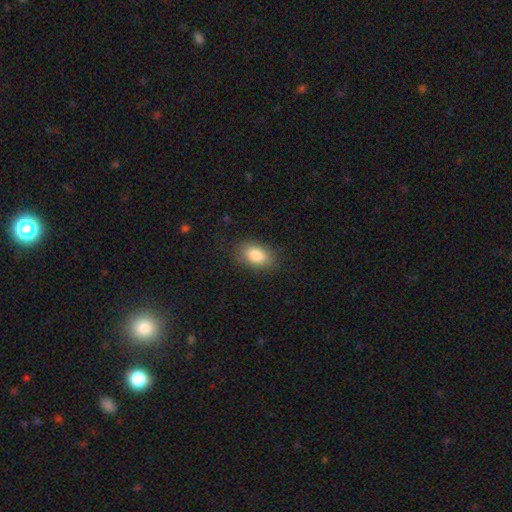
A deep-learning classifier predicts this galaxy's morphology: Smooth or featured: smooth — 84% (featured or disk — 8%)
How rounded: in between — 87% (round — 11%)
Merging: none — 81% (minor disturbance — 14%)